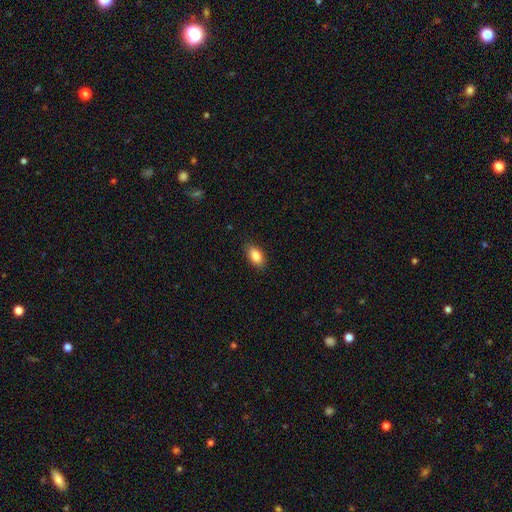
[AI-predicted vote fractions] smooth_or_featured: smooth (p=0.86) [alt: star or artifact p=0.07]
how_rounded: in between (p=0.90) [alt: round p=0.06]
merging: none (p=0.87) [alt: minor disturbance p=0.09]